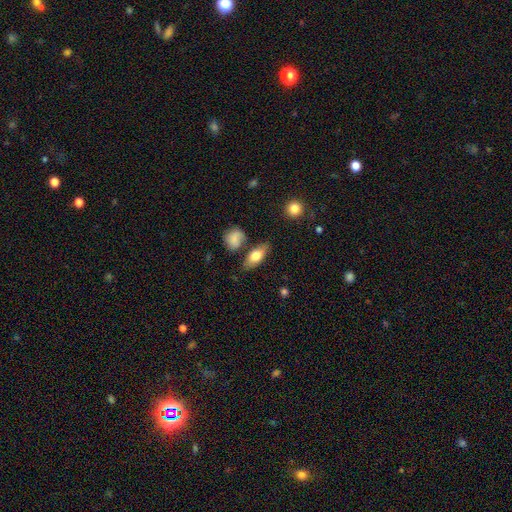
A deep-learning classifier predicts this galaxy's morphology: Overall: smooth (71%). How rounded: in between (80%). Merging: none (73%).